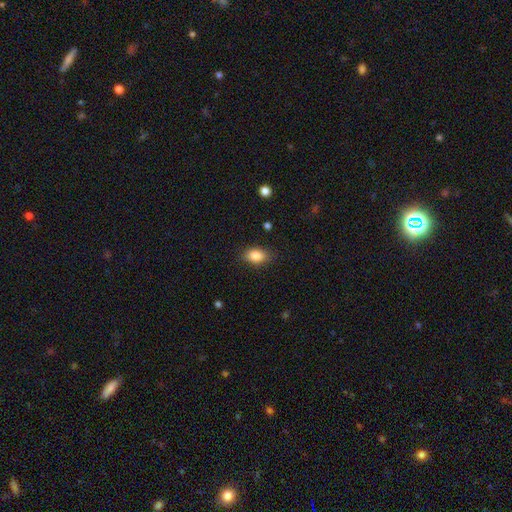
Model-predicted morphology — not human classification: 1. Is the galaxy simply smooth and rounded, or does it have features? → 86% smooth, 8% star or artifact, 6% featured or disk.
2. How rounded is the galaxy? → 84% in between, 14% round, 2% cigar-shaped.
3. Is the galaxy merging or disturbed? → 84% none, 12% minor disturbance, 3% major disturbance, 1% merger.